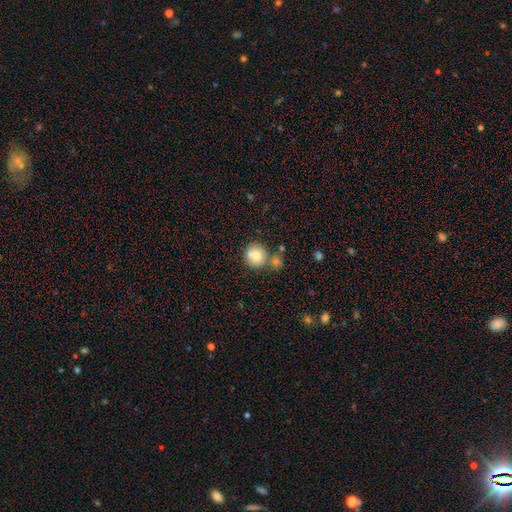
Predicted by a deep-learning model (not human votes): This appears to be a smooth galaxy with no disk features (74%) that is round (88%). Merging: none (57%).